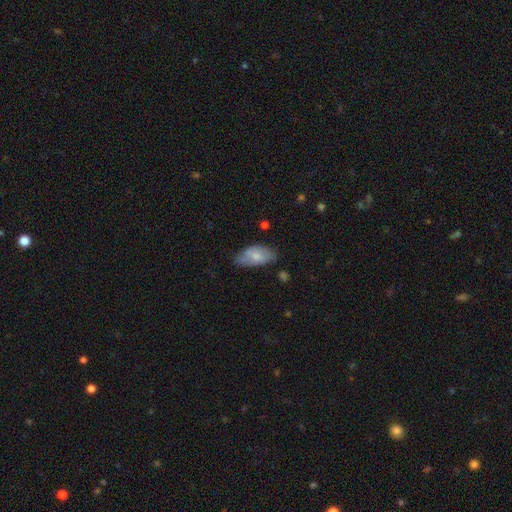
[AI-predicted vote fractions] Overall: smooth (69%). How rounded: in between (92%). Merging: none (60%; minor disturbance 31%).